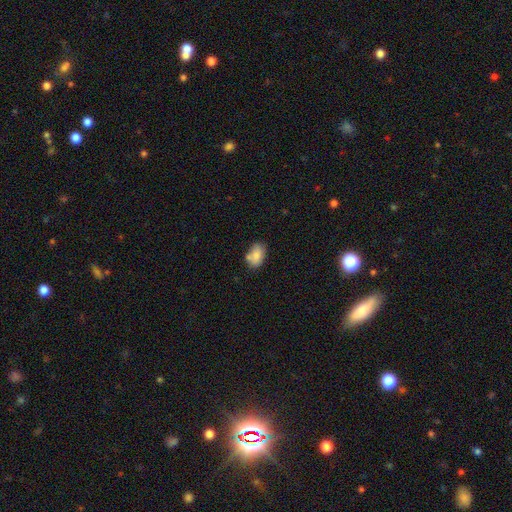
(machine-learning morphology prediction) smooth-or-featured: smooth: 83% | featured or disk: 9% | star or artifact: 8%
  how-rounded: in between: 88% | round: 10% | cigar-shaped: 1%
  merging: none: 68% | minor disturbance: 20% | merger: 9% | major disturbance: 4%